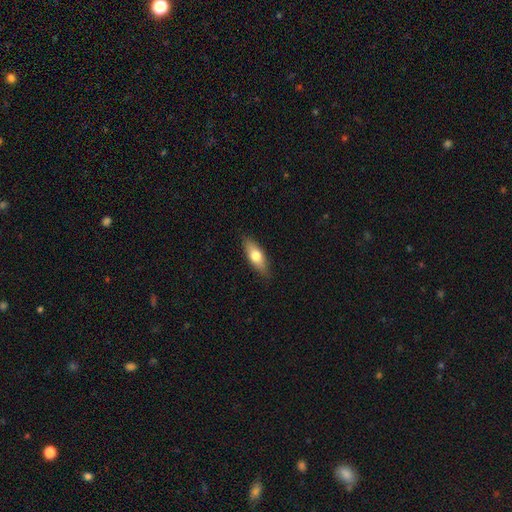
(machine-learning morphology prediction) Smooth or featured? Predicted: smooth (p=0.67). How rounded? Predicted: in between (p=0.64). Merging? Predicted: none (p=0.86).